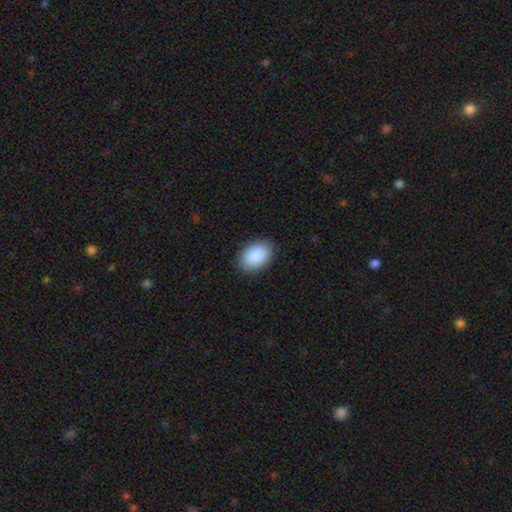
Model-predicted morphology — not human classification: smooth 91%, star or artifact 6%, featured or disk 3%. Down the decision tree: how rounded — in between (87%); merging — none (88%).